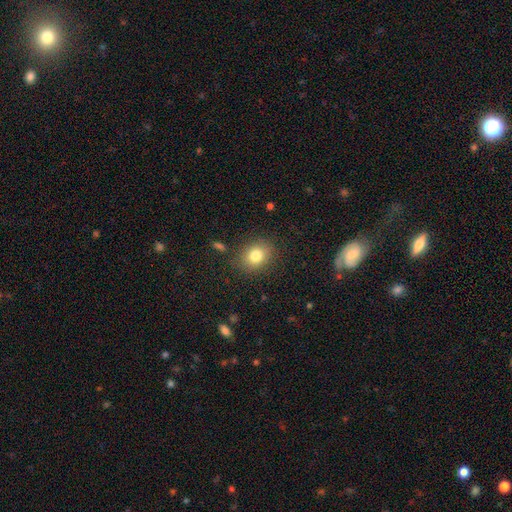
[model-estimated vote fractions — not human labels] smooth 80%, star or artifact 11%, featured or disk 9%. Down the decision tree: how rounded — in between (50%); merging — none (84%).